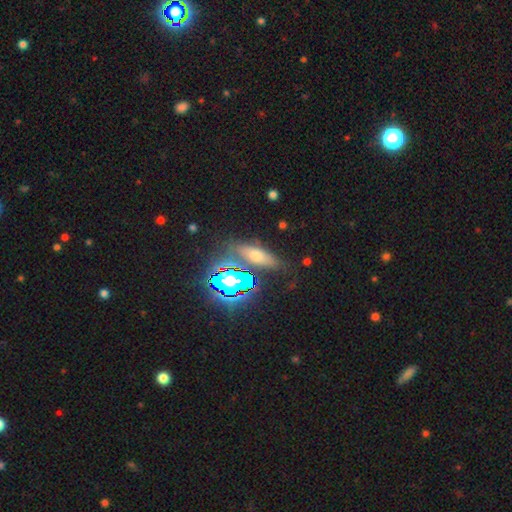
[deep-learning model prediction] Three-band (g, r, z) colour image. It shows a smooth galaxy with no disk features (46%). Merging: none (74%).